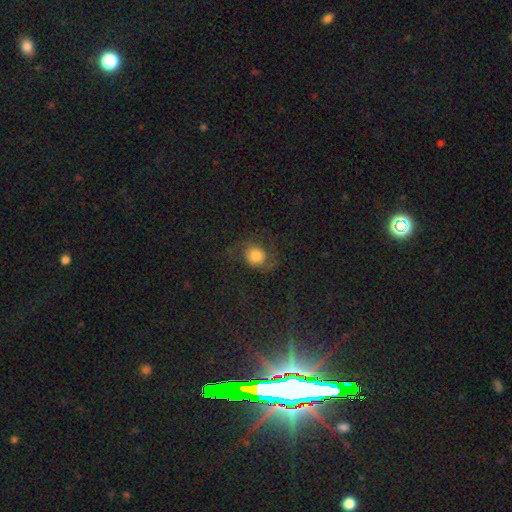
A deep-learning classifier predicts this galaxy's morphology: smooth 49%, featured or disk 37%, star or artifact 14%. Down the decision tree: merging — none (58%).